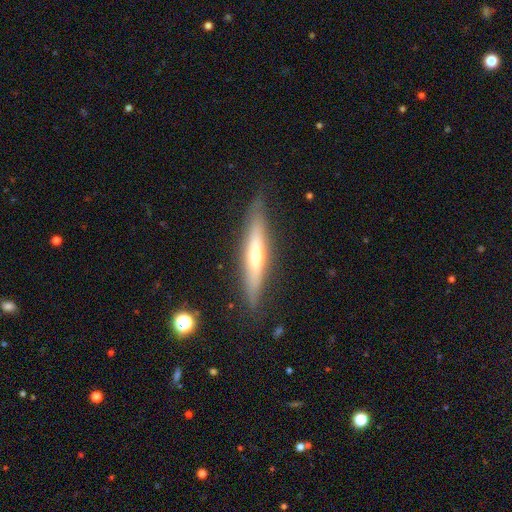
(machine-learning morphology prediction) smooth-or-featured: featured or disk: 56% | smooth: 38% | star or artifact: 7%
  disk-edge-on: yes: 88% | no: 12%
  merging: none: 85% | minor disturbance: 11% | major disturbance: 3% | merger: 1%